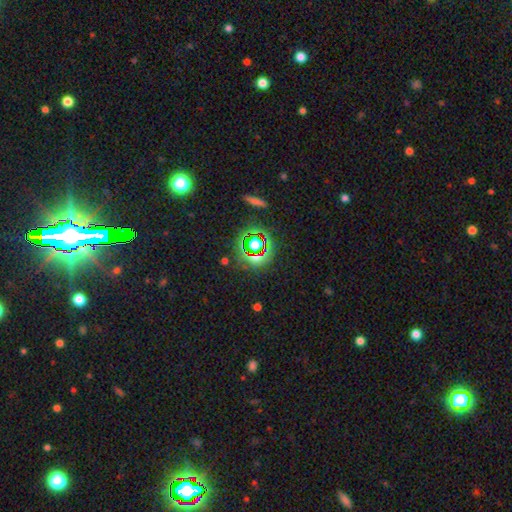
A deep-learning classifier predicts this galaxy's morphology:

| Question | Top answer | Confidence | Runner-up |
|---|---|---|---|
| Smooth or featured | star or artifact | 65% | smooth (24%) |